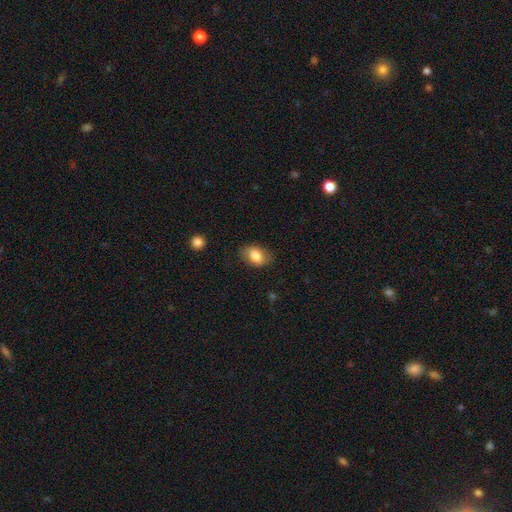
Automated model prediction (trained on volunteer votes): A smooth galaxy with no disk features (82%) that is in between round and cigar-shaped (83%).

Vote fractions:
- Smooth or featured? smooth: 82% / featured or disk: 10% / star or artifact: 7%
- How rounded? in between: 83% / round: 16% / cigar-shaped: 1%
- Merging? none: 79% / minor disturbance: 16% / major disturbance: 4% / merger: 1%